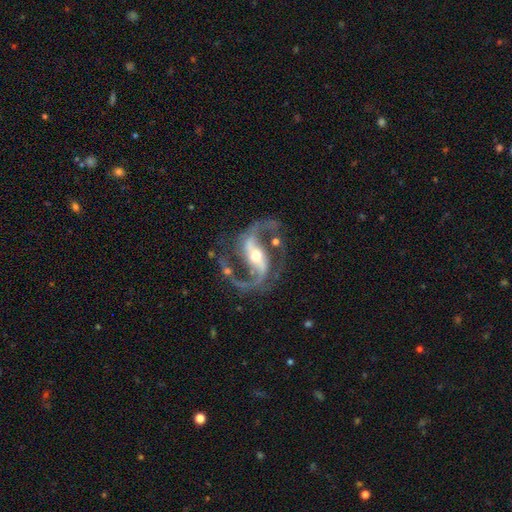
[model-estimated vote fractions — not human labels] Smooth or featured: featured or disk — 93% (star or artifact — 5%)
Edge-on disk: no — 97% (yes — 3%)
Bar: strong — 60% (weak — 27%)
Spiral arms: yes — 98% (no — 2%)
Spiral winding: medium — 54% (loose — 37%)
Spiral arm count: 2 — 94% (1 — 1%)
Bulge size: moderate — 62% (small — 30%)
Merging: none — 76% (minor disturbance — 12%)